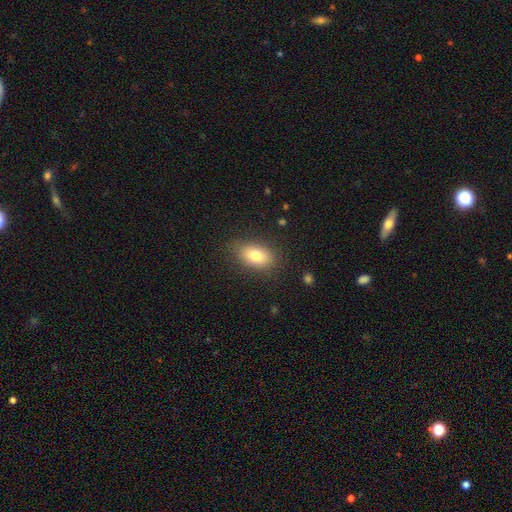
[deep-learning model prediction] Smooth or featured?
  - smooth: 78% *
  - featured or disk: 13%
  - star or artifact: 9%
How rounded?
  - in between: 86% *
  - round: 11%
  - cigar-shaped: 2%
Merging?
  - none: 85% *
  - minor disturbance: 11%
  - major disturbance: 3%
  - merger: 1%